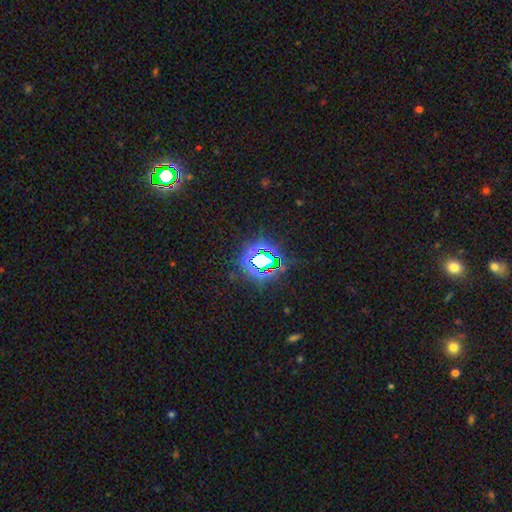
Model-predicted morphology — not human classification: Smooth or featured: star or artifact — 77% (smooth — 14%)